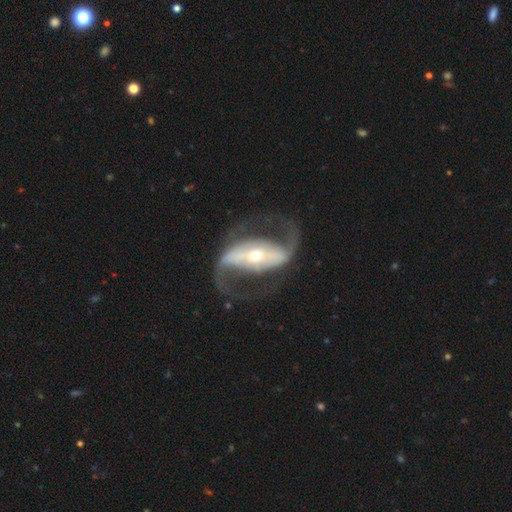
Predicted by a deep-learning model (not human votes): Overall: featured or disk (91%). Edge-on disk: no (95%). Bar: strong (66%). Spiral arms: yes (94%). Spiral arm count: 2 (93%). Spiral winding: medium (47%; loose 42%). Bulge size: small (57%; moderate 37%). Merging: none (75%).